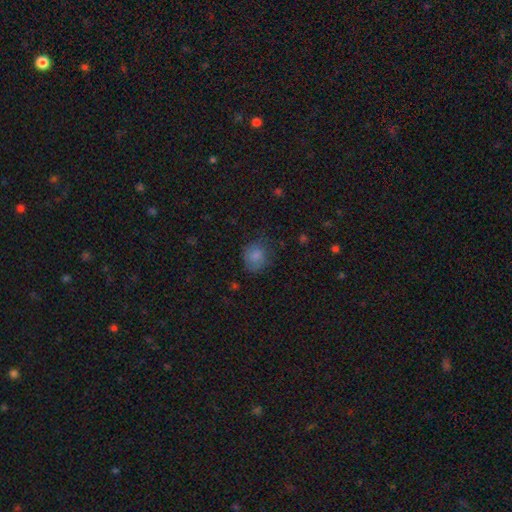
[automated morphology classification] Smooth or featured: smooth — 78% (featured or disk — 11%)
How rounded: round — 69% (in between — 31%)
Merging: none — 62% (minor disturbance — 26%)